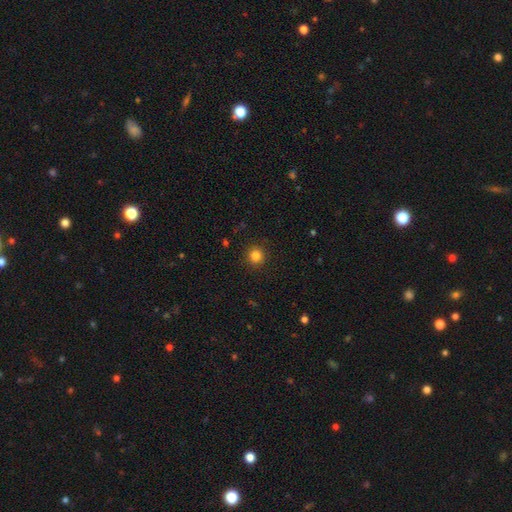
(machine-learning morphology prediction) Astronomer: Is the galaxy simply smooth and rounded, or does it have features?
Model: smooth — 83%.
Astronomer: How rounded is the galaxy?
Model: round — 94%.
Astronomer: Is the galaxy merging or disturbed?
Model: none — 92%.